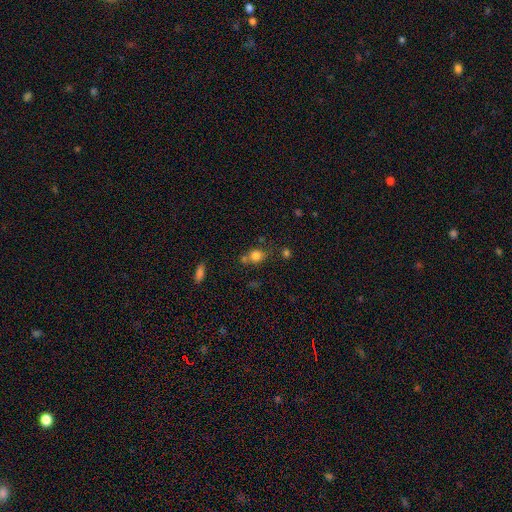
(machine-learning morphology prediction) Overall: smooth (78%). How rounded: round (65%; in between 33%). Merging: none (53%; merger 24%).